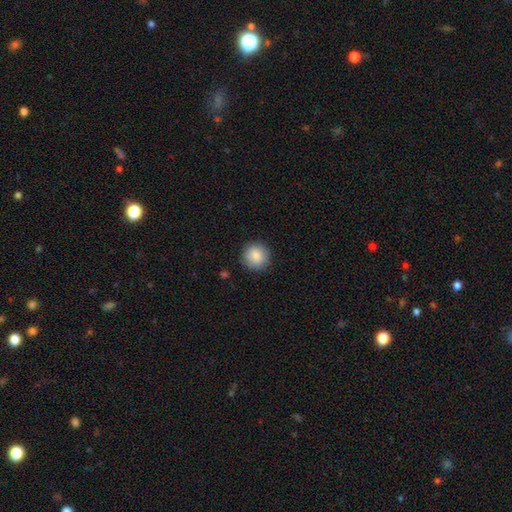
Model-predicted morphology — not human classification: Overall: smooth (87%). How rounded: round (92%). Merging: none (88%).